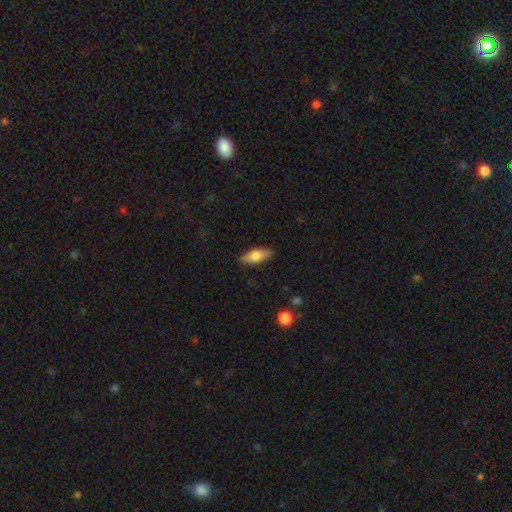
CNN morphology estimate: Smooth or featured?
  - smooth: 69% *
  - featured or disk: 24%
  - star or artifact: 6%
How rounded?
  - in between: 70% *
  - cigar-shaped: 28%
  - round: 3%
Merging?
  - none: 88% *
  - minor disturbance: 9%
  - major disturbance: 2%
  - merger: 1%